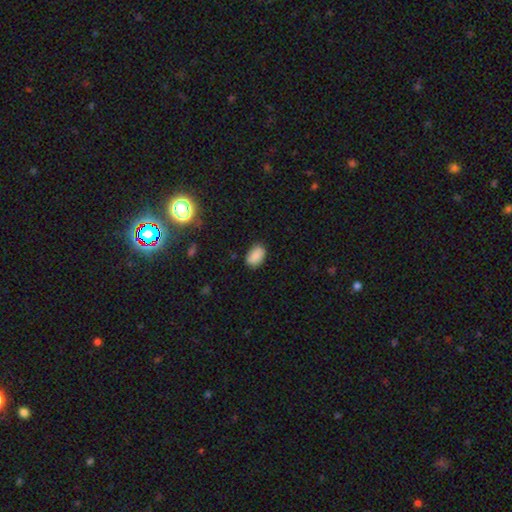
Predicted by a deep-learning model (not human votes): A smooth galaxy with no disk features (86%) that is in between round and cigar-shaped (87%). Merging: none (82%).